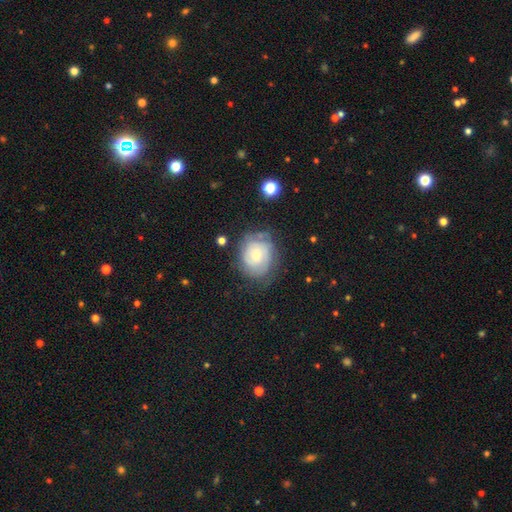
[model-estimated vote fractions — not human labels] This appears to be a featured or disk galaxy (52%) with no bar (77%), spiral arms (80%) and a small central bulge (57%). Merging: none (62%).